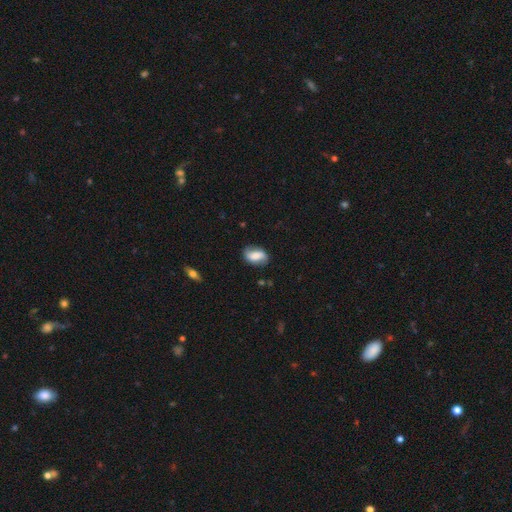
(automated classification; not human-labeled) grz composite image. It shows a smooth galaxy with no disk features (58%) that is in between round and cigar-shaped (85%). Merging: none (73%).